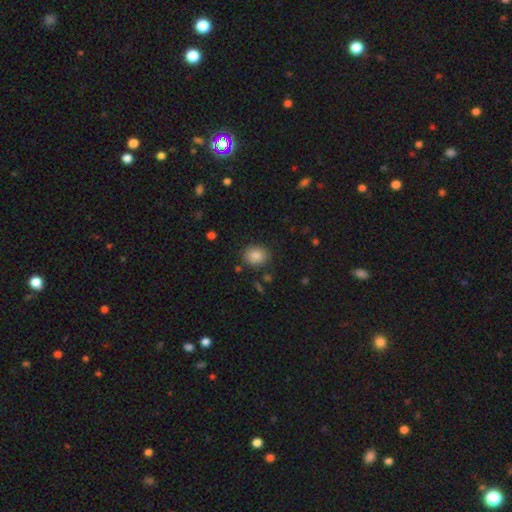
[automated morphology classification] Smooth or featured: smooth — 86% (star or artifact — 9%)
How rounded: round — 57% (in between — 42%)
Merging: none — 84% (minor disturbance — 11%)